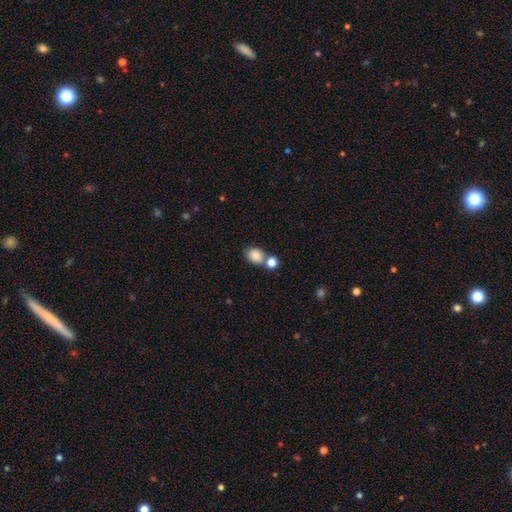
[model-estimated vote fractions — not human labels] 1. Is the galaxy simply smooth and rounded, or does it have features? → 85% smooth, 9% star or artifact, 6% featured or disk.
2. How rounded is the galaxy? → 58% in between, 40% round, 1% cigar-shaped.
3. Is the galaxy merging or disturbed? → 57% none, 27% merger, 12% minor disturbance, 4% major disturbance.